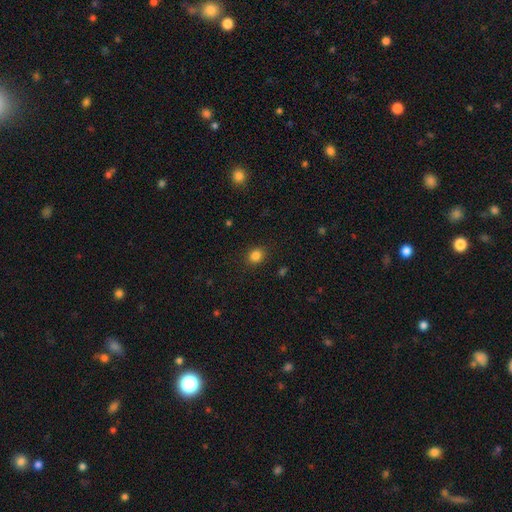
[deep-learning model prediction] Smooth or featured: smooth — 83% (star or artifact — 12%)
How rounded: round — 68% (in between — 31%)
Merging: none — 89% (minor disturbance — 8%)